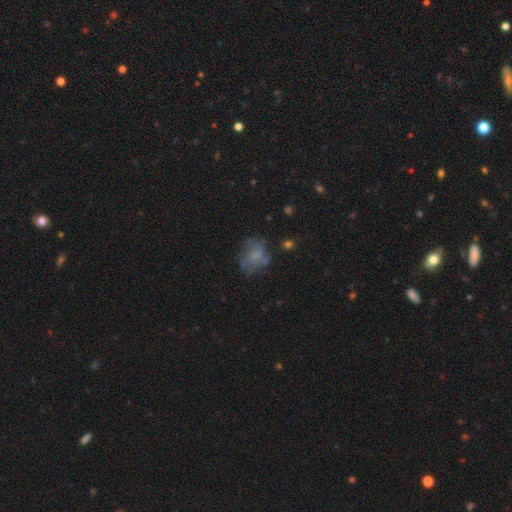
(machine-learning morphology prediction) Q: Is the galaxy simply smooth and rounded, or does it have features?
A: smooth — 49%.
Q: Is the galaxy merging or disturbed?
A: none — 52%.